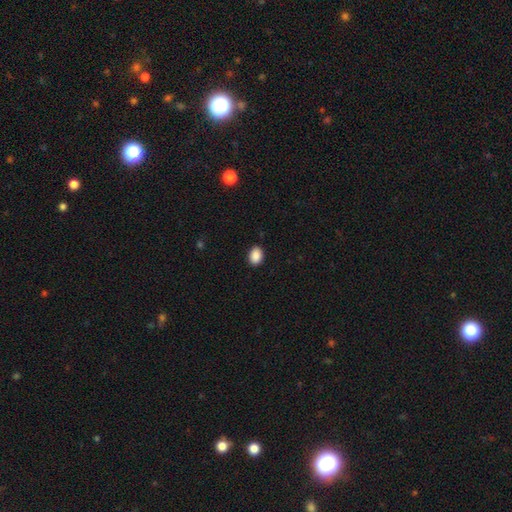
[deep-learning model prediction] The model was most divided on "how rounded": in between: 76%, round: 23%, cigar-shaped: 1%. More confident: merging — none (90%); smooth or featured — smooth (90%).